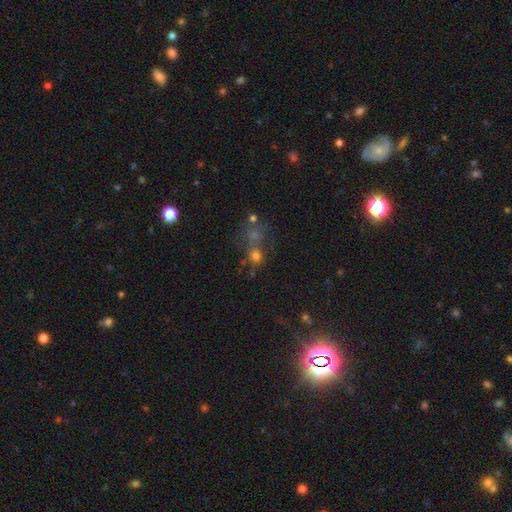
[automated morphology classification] Smooth or featured?
  - smooth: 61% *
  - star or artifact: 22%
  - featured or disk: 16%
How rounded?
  - round: 67% *
  - in between: 31%
  - cigar-shaped: 2%
Merging?
  - merger: 39% *
  - none: 38%
  - major disturbance: 13%
  - minor disturbance: 11%